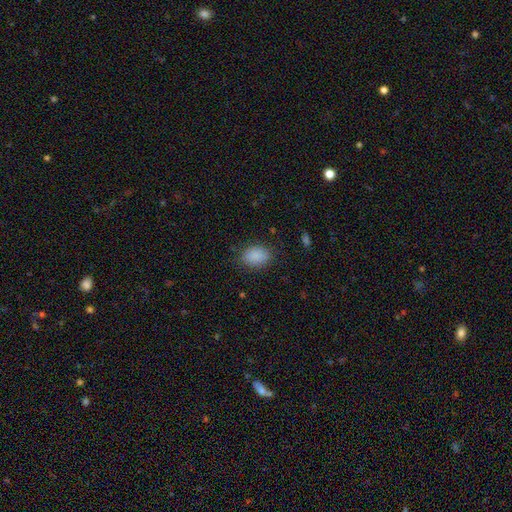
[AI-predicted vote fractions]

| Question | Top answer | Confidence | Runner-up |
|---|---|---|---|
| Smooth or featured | smooth | 88% | star or artifact (8%) |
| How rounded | in between | 76% | round (23%) |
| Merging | none | 82% | minor disturbance (13%) |